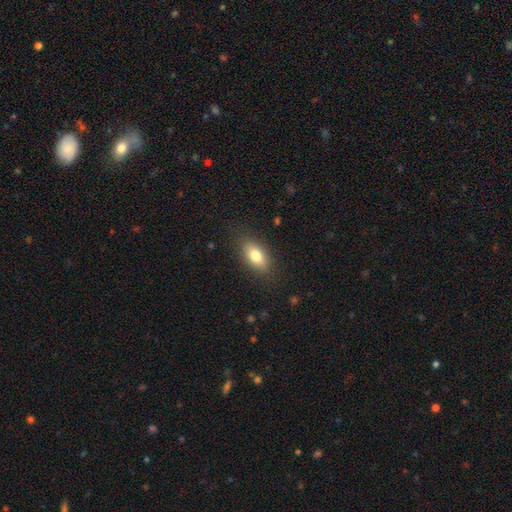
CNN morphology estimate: type=smooth (79%); roundness=in between (86%); merging=none (84%).